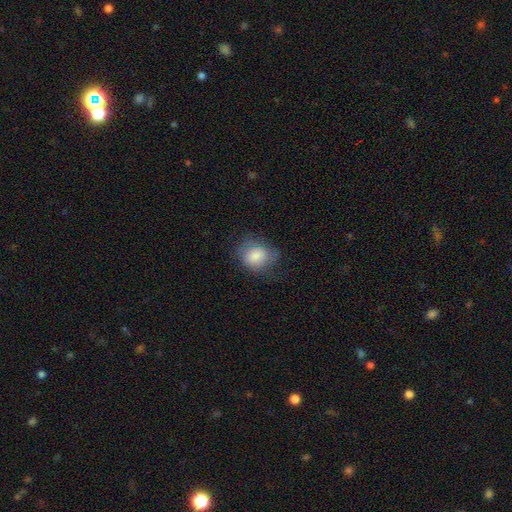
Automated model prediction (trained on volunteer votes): The model was most divided on "how rounded": round: 53%, in between: 46%, cigar-shaped: 1%. More confident: smooth or featured — smooth (79%); merging — none (63%).